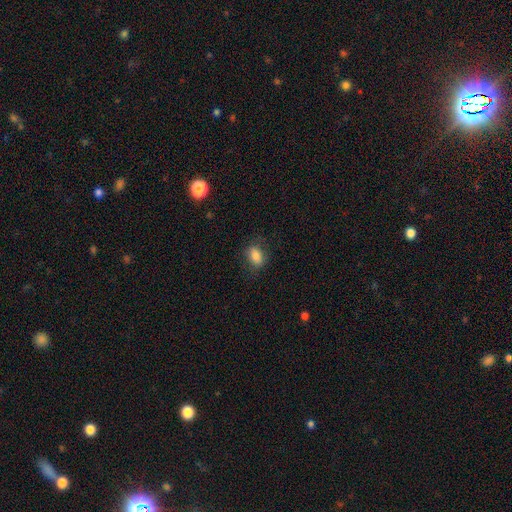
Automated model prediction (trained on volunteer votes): This is clearly a smooth galaxy (83%). How rounded: clearly in between (82%). Merging: likely none (76%).